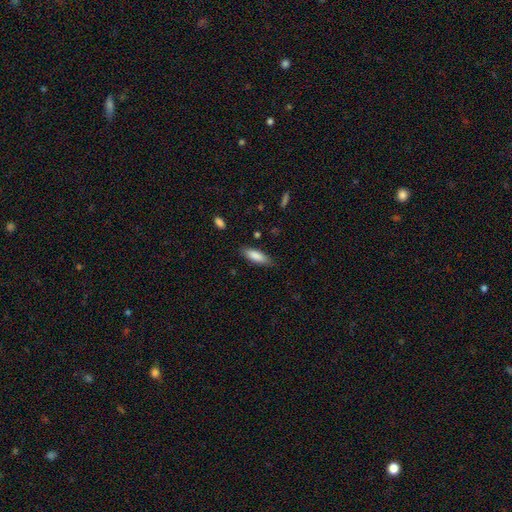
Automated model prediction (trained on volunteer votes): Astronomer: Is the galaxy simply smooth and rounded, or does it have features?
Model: smooth — 85%.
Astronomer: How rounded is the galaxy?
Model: in between — 58% (runner-up: cigar-shaped, 41%).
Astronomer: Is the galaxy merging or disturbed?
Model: none — 83%.